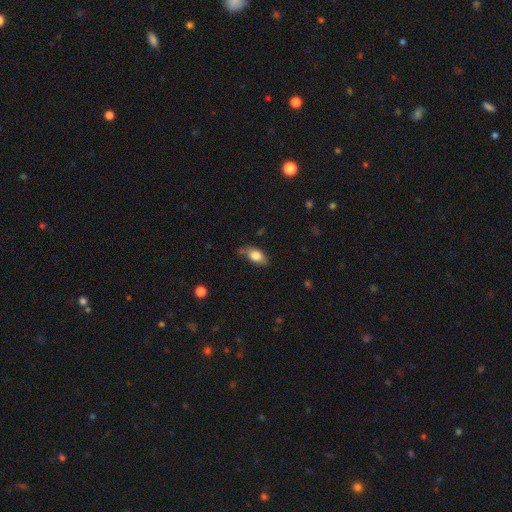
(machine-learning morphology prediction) type=smooth (77%); roundness=in between (86%); merging=none (60%).